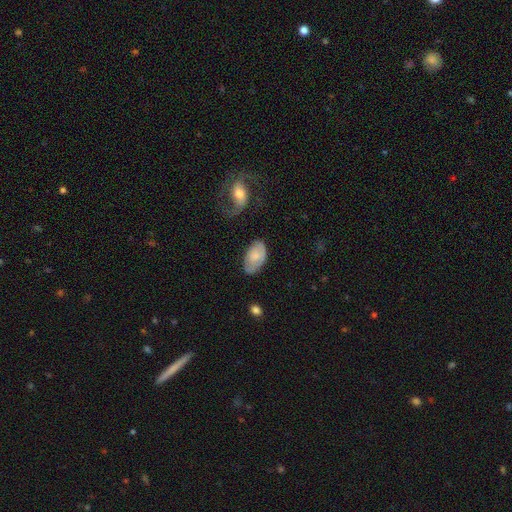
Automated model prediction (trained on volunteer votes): This appears to be a smooth galaxy with no disk features (63%) that is in between round and cigar-shaped (94%). Merging: none (64%).